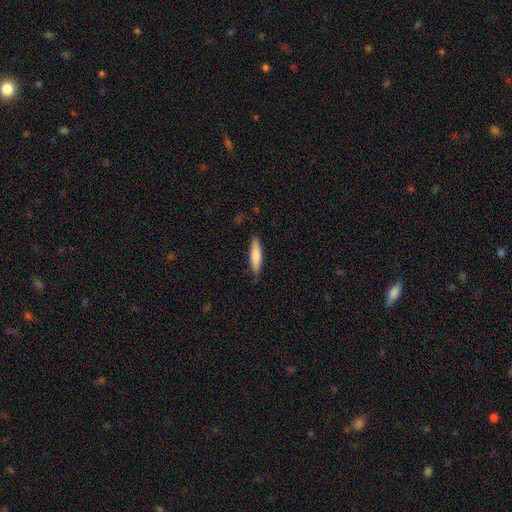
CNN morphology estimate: Q: Smooth or featured?
A: smooth (77%); runner-up: featured or disk (17%)
Q: How rounded?
A: cigar-shaped (80%); runner-up: in between (19%)
Q: Merging?
A: none (84%); runner-up: minor disturbance (12%)